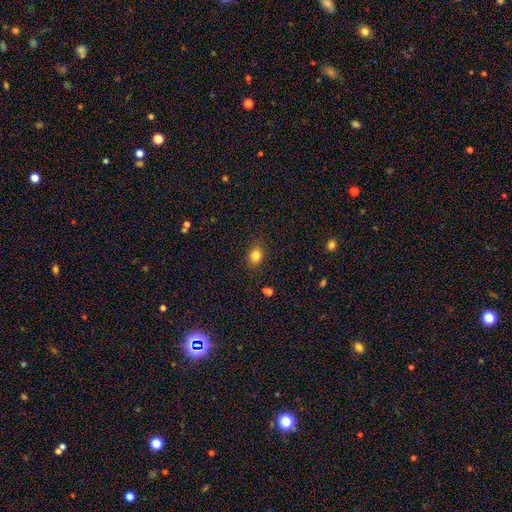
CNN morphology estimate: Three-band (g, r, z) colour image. It shows a smooth galaxy with no disk features (82%) that is in between round and cigar-shaped (59%). Merging: none (85%).